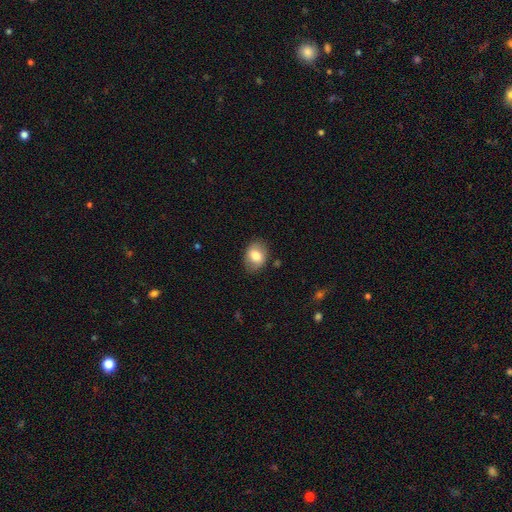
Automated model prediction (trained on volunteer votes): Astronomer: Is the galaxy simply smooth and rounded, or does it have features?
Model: smooth — 78%.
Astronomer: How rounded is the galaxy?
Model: in between — 70%.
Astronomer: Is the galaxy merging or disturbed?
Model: none — 82%.